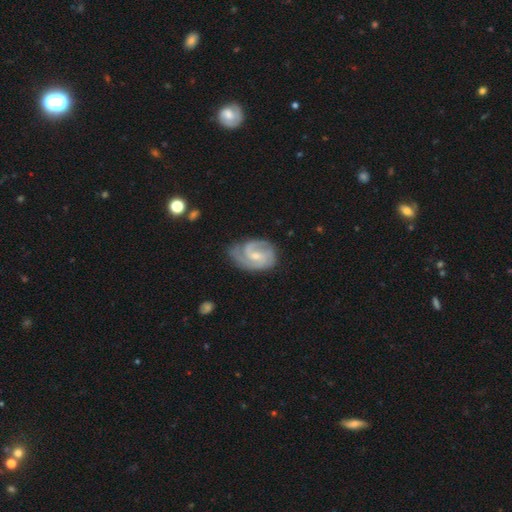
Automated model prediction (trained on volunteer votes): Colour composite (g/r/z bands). It shows a featured or disk galaxy (85%) with a weak bar (54%), 2 (66%) medium (45%) spiral arms (96%) and a small central bulge (56%). Merging: none (62%).